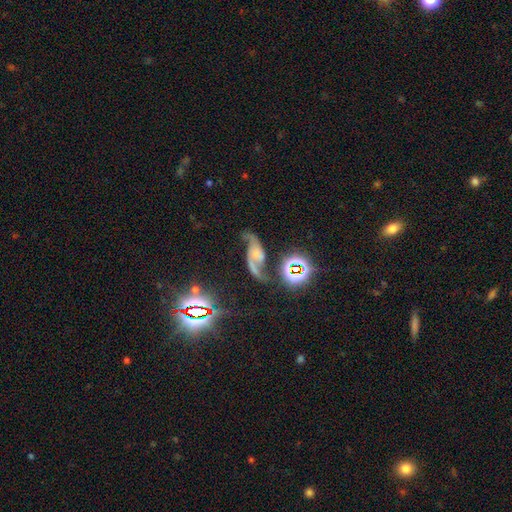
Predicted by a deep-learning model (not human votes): Smooth or featured?
  - featured or disk: 76% *
  - star or artifact: 14%
  - smooth: 10%
Edge-on disk?
  - no: 95% *
  - yes: 5%
Bar?
  - no: 61% *
  - weak: 28%
  - strong: 12%
Spiral arms?
  - yes: 94% *
  - no: 6%
Spiral winding?
  - loose: 79% *
  - medium: 16%
  - tight: 4%
Spiral arm count?
  - 2: 91% *
  - 1: 4%
  - can't tell: 2%
  - 3: 1%
  - 4: 1%
  - more than 4: 1%
Bulge size?
  - small: 37% *
  - none: 36%
  - moderate: 19%
  - large: 5%
  - dominant: 3%
Merging?
  - none: 52% *
  - minor disturbance: 19%
  - major disturbance: 18%
  - merger: 11%